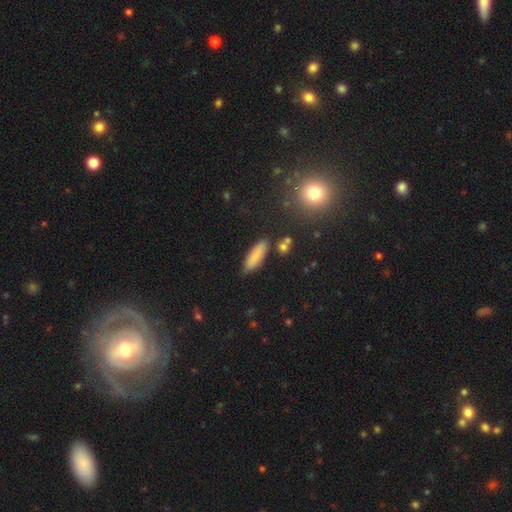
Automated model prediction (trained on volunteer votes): smooth-or-featured: smooth: 82% | featured or disk: 9% | star or artifact: 8%
  how-rounded: cigar-shaped: 49% (tied) | in between: 49% (tied) | round: 2%
  merging: none: 80% | minor disturbance: 14% | merger: 4% | major disturbance: 3%